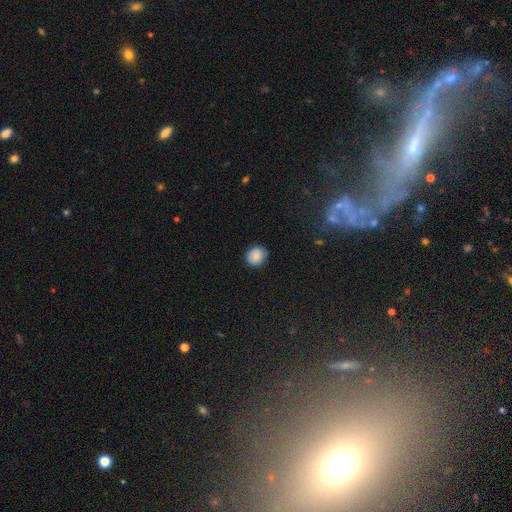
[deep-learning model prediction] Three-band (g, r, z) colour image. It shows a smooth galaxy with no disk features (86%) that is round (84%). Merging: none (85%).